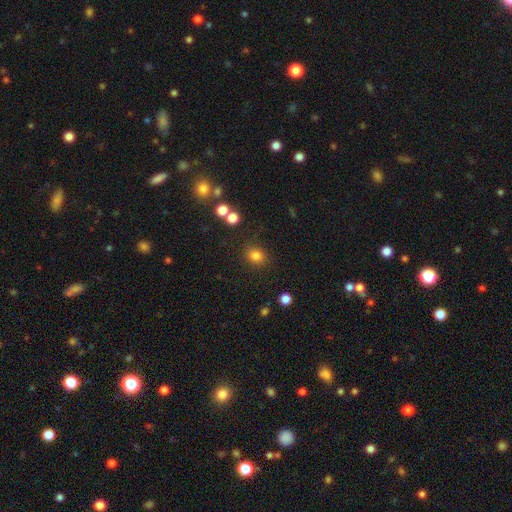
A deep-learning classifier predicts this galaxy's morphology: A smooth galaxy with no disk features (81%) that is round (69%).

Vote fractions:
- Smooth or featured? smooth: 81% / star or artifact: 13% / featured or disk: 5%
- How rounded? round: 69% / in between: 30% / cigar-shaped: 1%
- Merging? none: 82% / minor disturbance: 10% / major disturbance: 4% / merger: 4%